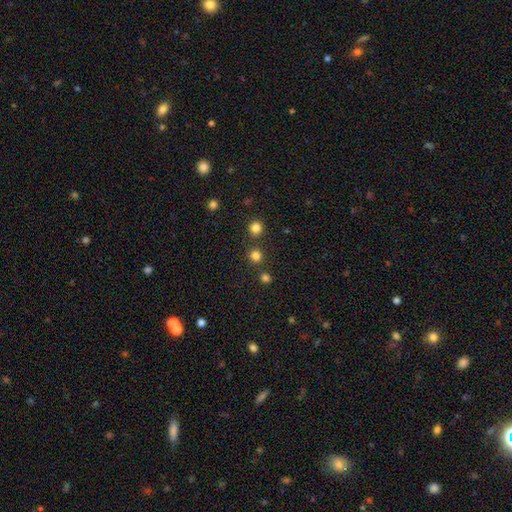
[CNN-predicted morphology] A smooth galaxy with no disk features (78%) that is round (92%).

Vote fractions:
- Smooth or featured? smooth: 78% / star or artifact: 18% / featured or disk: 4%
- How rounded? round: 92% / in between: 7% / cigar-shaped: 1%
- Merging? none: 80% / merger: 12% / minor disturbance: 6% / major disturbance: 3%